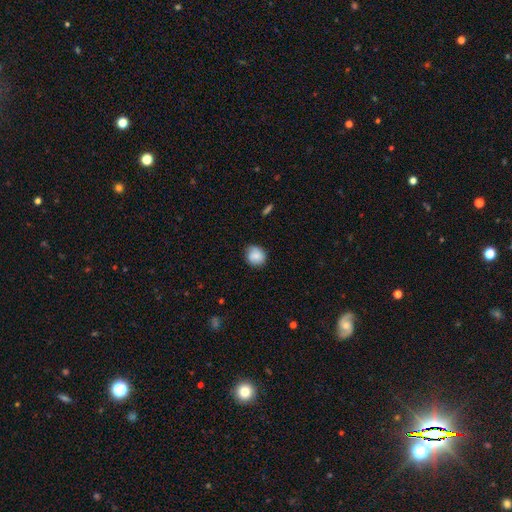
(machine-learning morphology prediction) Smooth or featured?
  - smooth: 80% *
  - featured or disk: 12%
  - star or artifact: 8%
How rounded?
  - round: 75% *
  - in between: 24%
  - cigar-shaped: 1%
Merging?
  - none: 76% *
  - minor disturbance: 19%
  - major disturbance: 4%
  - merger: 1%